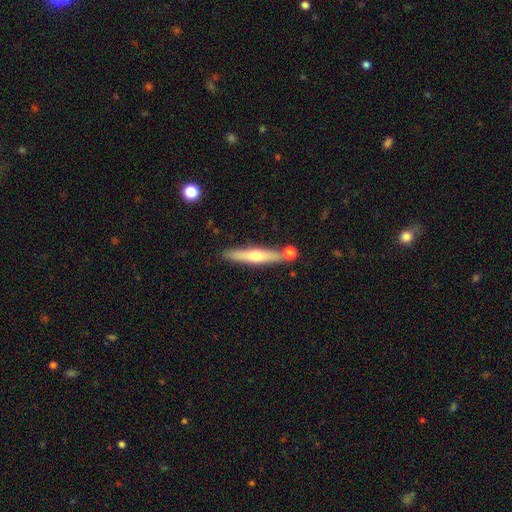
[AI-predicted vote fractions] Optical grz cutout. It shows a featured or disk galaxy (52%) viewed edge-on (93%). Merging: none (81%).